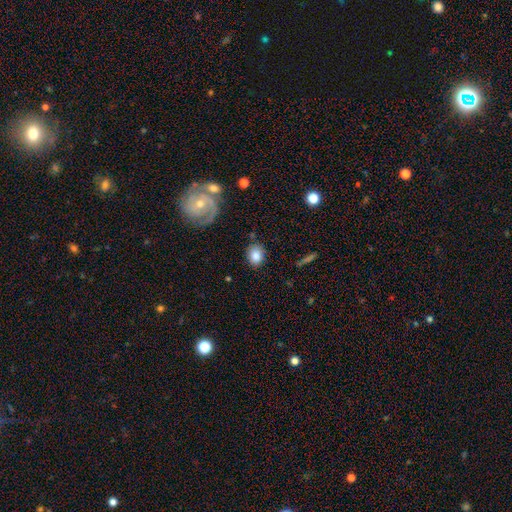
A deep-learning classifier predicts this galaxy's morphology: smooth_or_featured: smooth (p=0.80) [alt: featured or disk p=0.12]
how_rounded: in between (p=0.53) [alt: round p=0.45]
merging: none (p=0.77) [alt: minor disturbance p=0.15]